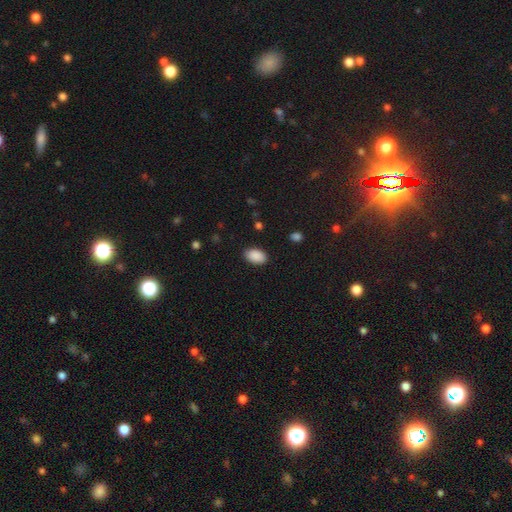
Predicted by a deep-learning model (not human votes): Morphology: type=smooth (90%); roundness=in between (91%); merging=none (87%).